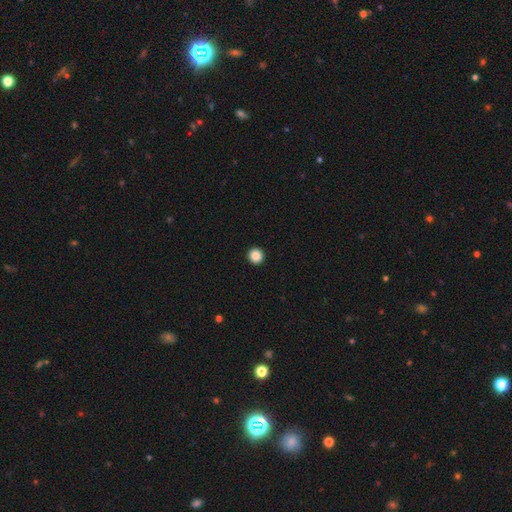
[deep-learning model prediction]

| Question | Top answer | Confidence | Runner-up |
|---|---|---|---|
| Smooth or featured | smooth | 89% | star or artifact (9%) |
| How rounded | round | 96% | in between (3%) |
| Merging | none | 94% | minor disturbance (3%) |